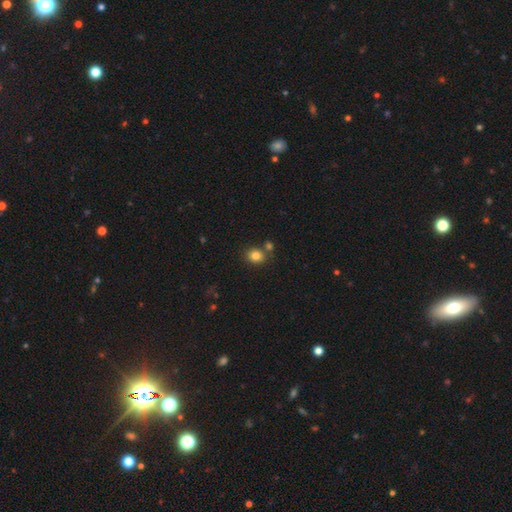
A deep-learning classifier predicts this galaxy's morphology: The model was most divided on "how rounded": round: 66%, in between: 33%, cigar-shaped: 1%. More confident: smooth or featured — smooth (82%); merging — none (72%).